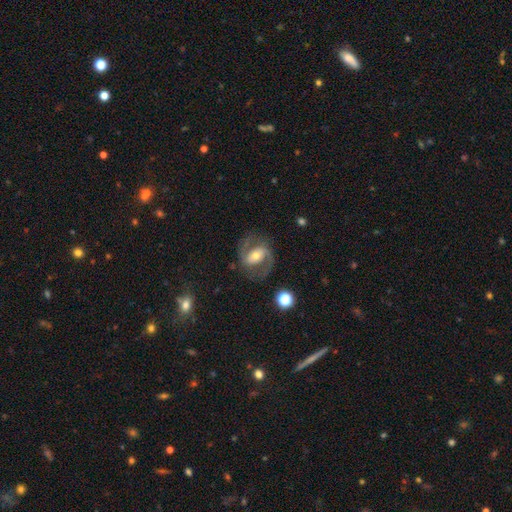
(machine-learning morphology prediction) This appears to be a featured or disk galaxy (84%) with a weak bar (39%), 2 (92%) medium (59%) spiral arms (94%) and a moderate central bulge (57%). Merging: none (79%).